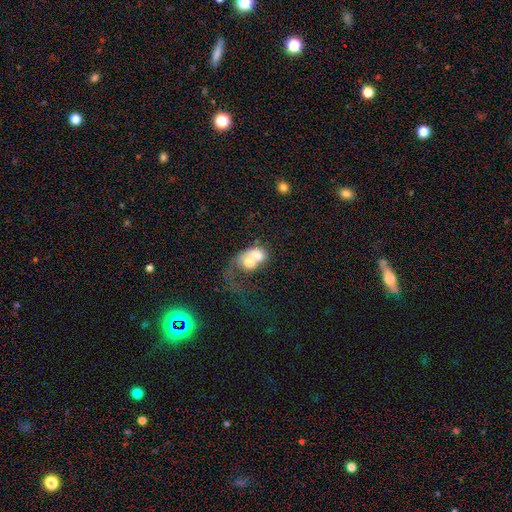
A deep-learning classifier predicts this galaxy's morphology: This is possibly a smooth galaxy (54%). How rounded: possibly in between (52%). Merging: likely merger (73%).